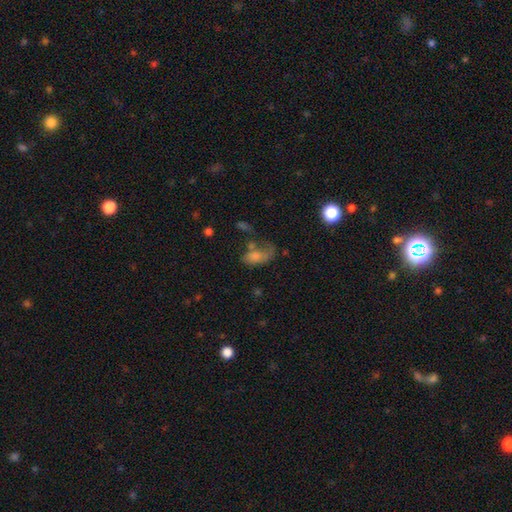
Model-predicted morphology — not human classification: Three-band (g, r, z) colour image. It shows a smooth galaxy with no disk features (62%) that is in between round and cigar-shaped (87%). Merging: major disturbance (38%).